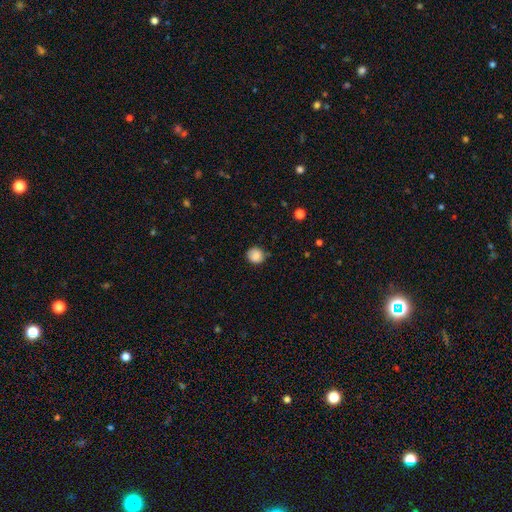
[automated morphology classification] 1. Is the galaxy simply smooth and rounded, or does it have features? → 84% smooth, 9% star or artifact, 8% featured or disk.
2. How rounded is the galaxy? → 84% round, 15% in between, 1% cigar-shaped.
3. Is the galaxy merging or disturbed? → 75% none, 19% minor disturbance, 4% major disturbance, 2% merger.